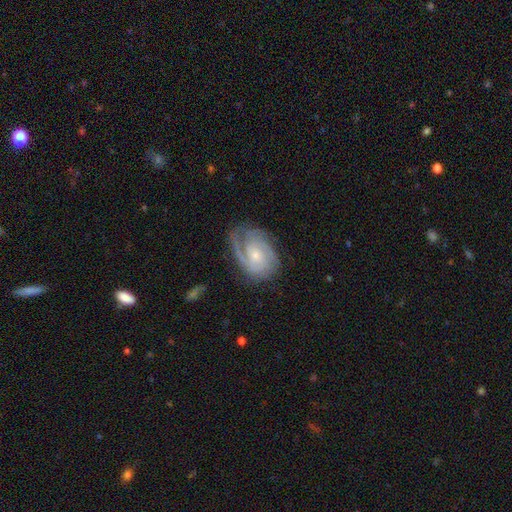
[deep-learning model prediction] Smooth or featured: featured or disk — 84% (smooth — 11%)
Edge-on disk: no — 97% (yes — 3%)
Bar: no — 66% (weak — 29%)
Spiral arms: yes — 96% (no — 4%)
Spiral winding: tight — 58% (medium — 34%)
Spiral arm count: 2 — 36% (3 — 25%)
Bulge size: small — 62% (moderate — 33%)
Merging: none — 66% (minor disturbance — 22%)